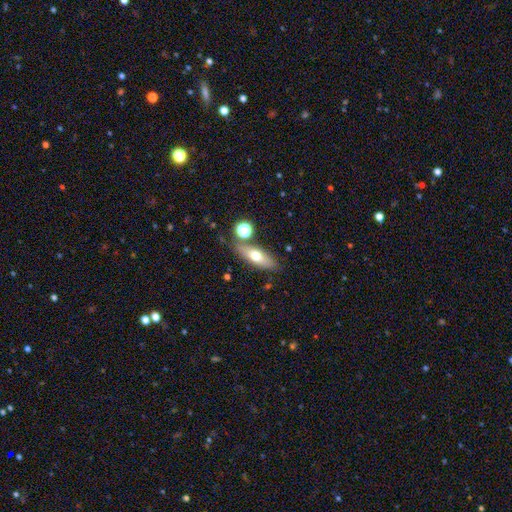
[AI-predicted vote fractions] Smooth or featured? smooth (62%)
How rounded? in between (61%)
Merging? none (76%)